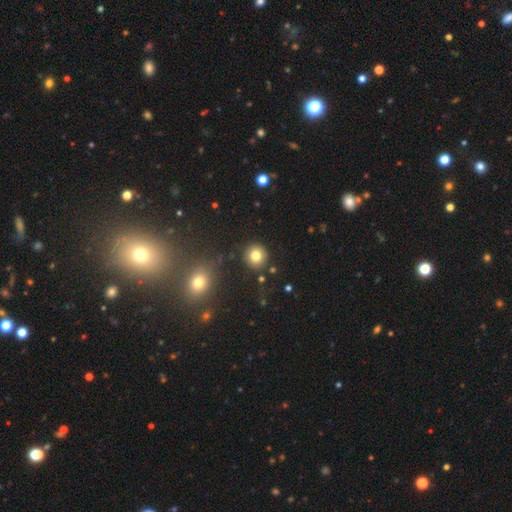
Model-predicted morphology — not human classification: Smooth or featured: smooth — 80% (star or artifact — 12%)
How rounded: round — 93% (in between — 6%)
Merging: none — 89% (minor disturbance — 6%)